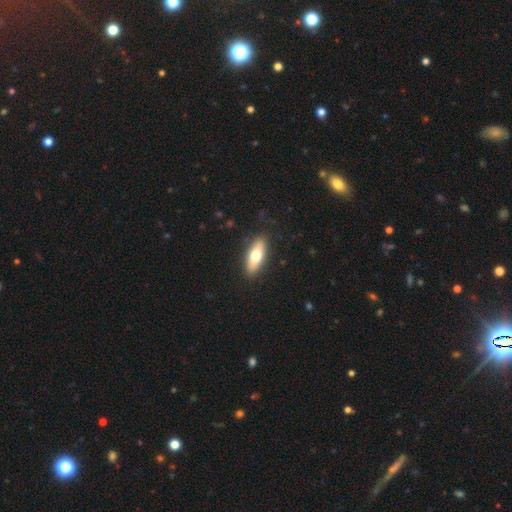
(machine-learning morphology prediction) The model was most divided on "how rounded": in between: 68%, cigar-shaped: 30%, round: 2%. More confident: merging — none (87%); smooth or featured — smooth (69%).